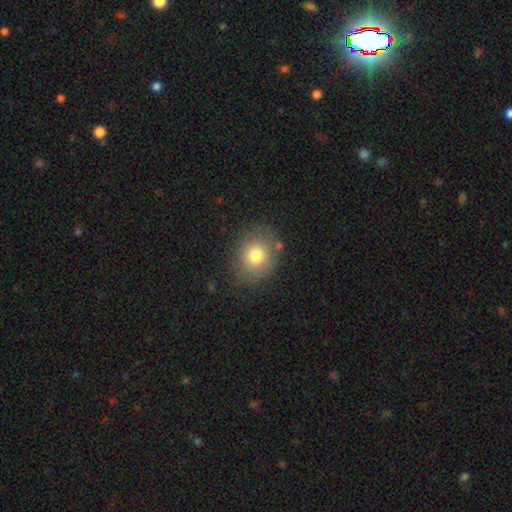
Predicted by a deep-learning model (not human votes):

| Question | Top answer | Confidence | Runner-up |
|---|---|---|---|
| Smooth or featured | smooth | 77% | featured or disk (13%) |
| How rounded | round | 66% | in between (33%) |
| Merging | none | 78% | minor disturbance (15%) |